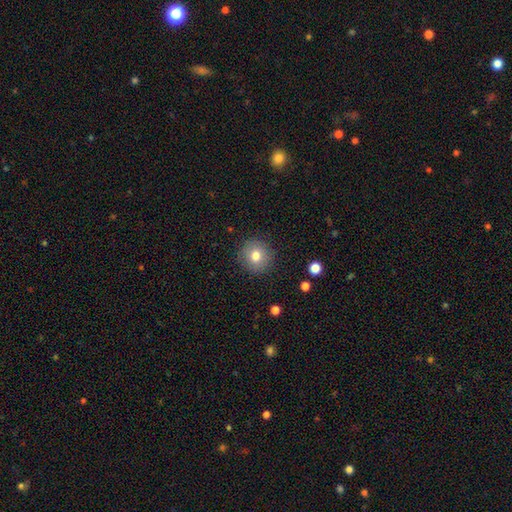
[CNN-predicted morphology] Smooth or featured?
  - smooth: 77% *
  - featured or disk: 13%
  - star or artifact: 10%
How rounded?
  - round: 91% *
  - in between: 8%
  - cigar-shaped: 1%
Merging?
  - none: 88% *
  - minor disturbance: 8%
  - major disturbance: 3%
  - merger: 1%